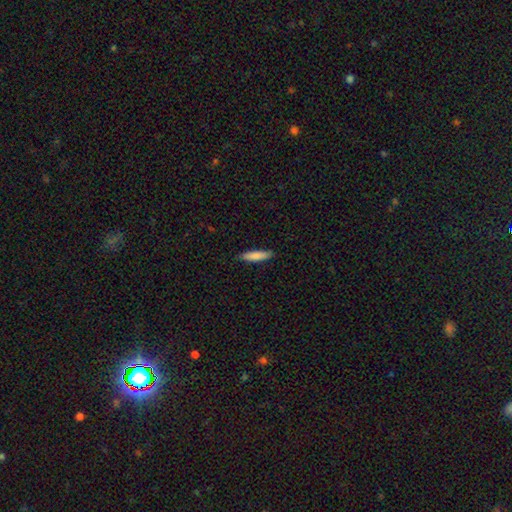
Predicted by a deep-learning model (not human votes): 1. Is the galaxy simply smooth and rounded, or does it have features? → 84% smooth, 10% featured or disk, 6% star or artifact.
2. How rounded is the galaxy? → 77% cigar-shaped, 22% in between, 1% round.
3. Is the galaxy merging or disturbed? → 86% none, 11% minor disturbance, 2% major disturbance, 1% merger.